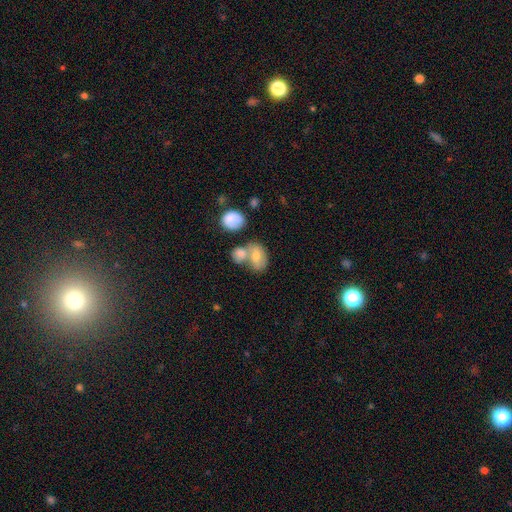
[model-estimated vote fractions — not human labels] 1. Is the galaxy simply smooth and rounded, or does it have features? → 66% smooth, 23% featured or disk, 10% star or artifact.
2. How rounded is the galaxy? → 69% in between, 29% round, 2% cigar-shaped.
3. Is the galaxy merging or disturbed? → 54% merger, 31% none, 10% minor disturbance, 5% major disturbance.